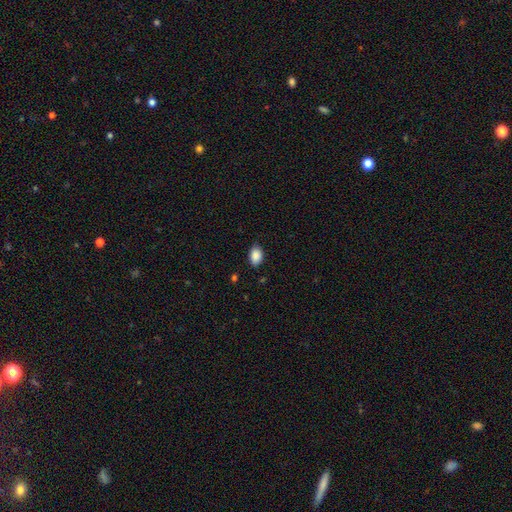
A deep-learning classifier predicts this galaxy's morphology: Q: Smooth or featured?
A: smooth (89%); runner-up: star or artifact (8%)
Q: How rounded?
A: in between (85%); runner-up: round (14%)
Q: Merging?
A: none (83%); runner-up: minor disturbance (14%)